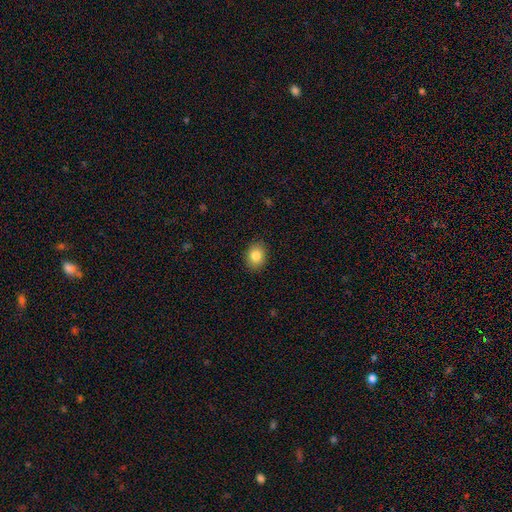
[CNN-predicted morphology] A smooth galaxy with no disk features (84%) that is in between round and cigar-shaped (52%). Merging: none (88%).